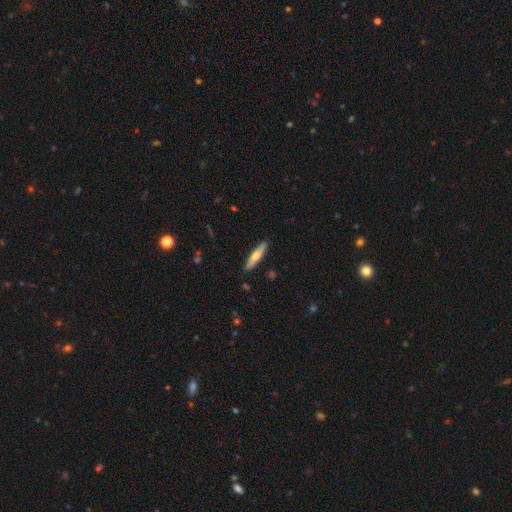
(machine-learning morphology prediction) smooth-or-featured: smooth: 56% | featured or disk: 38% | star or artifact: 6%
  how-rounded: cigar-shaped: 85% | in between: 14% | round: 2%
  merging: none: 90% | minor disturbance: 8% | major disturbance: 1% | merger: 1%